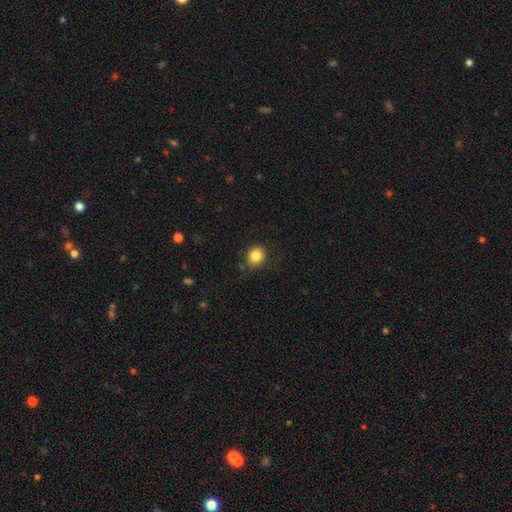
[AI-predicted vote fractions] Smooth or featured: smooth — 84% (star or artifact — 10%)
How rounded: round — 75% (in between — 24%)
Merging: none — 81% (minor disturbance — 13%)